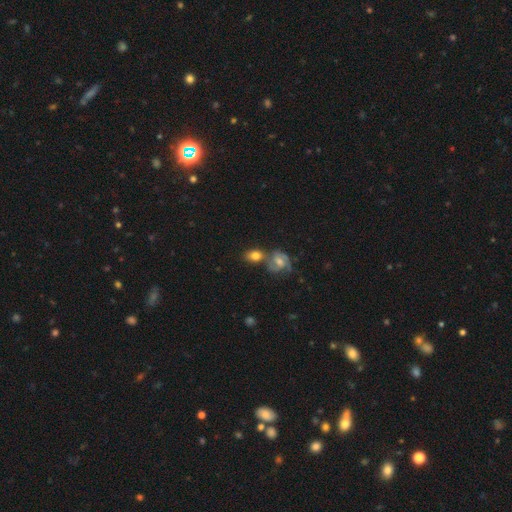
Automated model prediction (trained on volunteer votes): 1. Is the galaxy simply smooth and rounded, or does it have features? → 63% smooth, 29% featured or disk, 8% star or artifact.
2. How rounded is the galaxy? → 73% in between, 25% round, 3% cigar-shaped.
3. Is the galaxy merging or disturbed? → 45% none, 36% merger, 13% minor disturbance, 5% major disturbance.